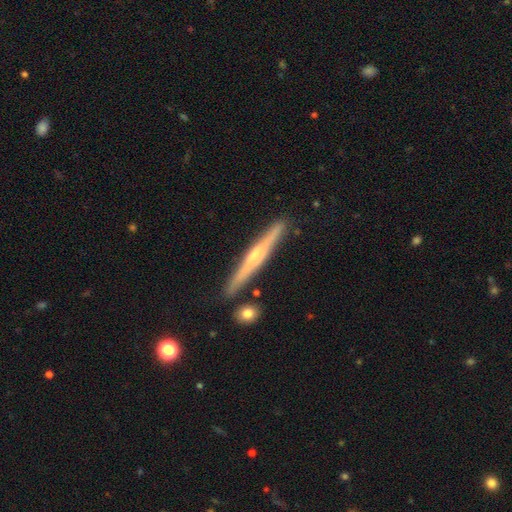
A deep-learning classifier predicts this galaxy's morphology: type=featured or disk (65%); edge-on=yes (97%); edge-on bulge=rounded (55%); merging=none (87%).